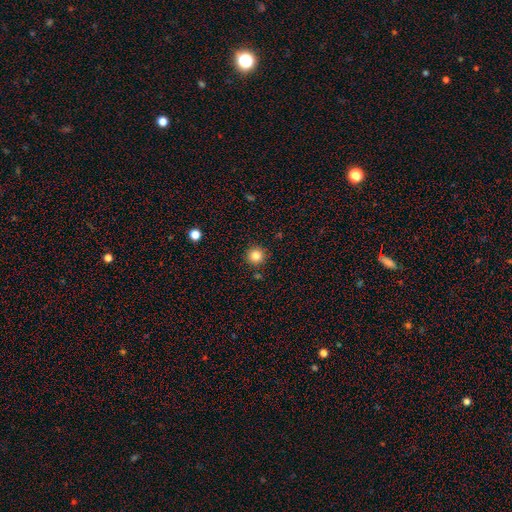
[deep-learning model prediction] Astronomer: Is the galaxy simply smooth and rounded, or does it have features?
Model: smooth — 83%.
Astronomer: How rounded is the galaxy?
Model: round — 95%.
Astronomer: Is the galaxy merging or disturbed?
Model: none — 90%.